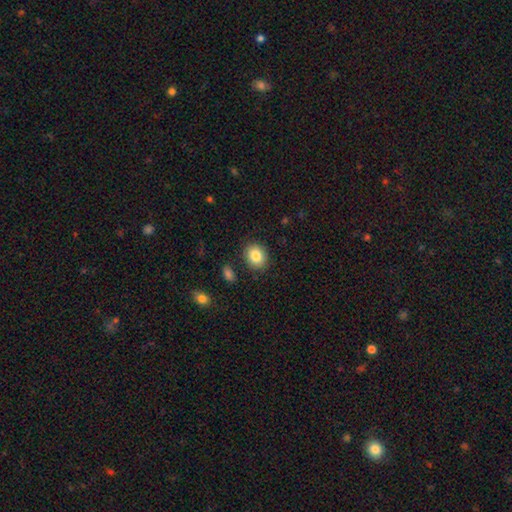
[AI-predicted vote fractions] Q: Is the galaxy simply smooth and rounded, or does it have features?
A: smooth — 84%.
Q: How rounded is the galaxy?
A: round — 60%.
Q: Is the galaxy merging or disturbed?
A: none — 87%.